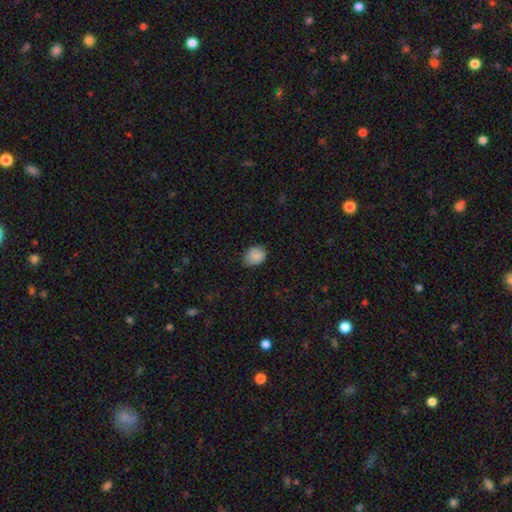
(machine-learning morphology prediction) Smooth or featured? smooth (82%)
How rounded? in between (57%)
Merging? none (69%)